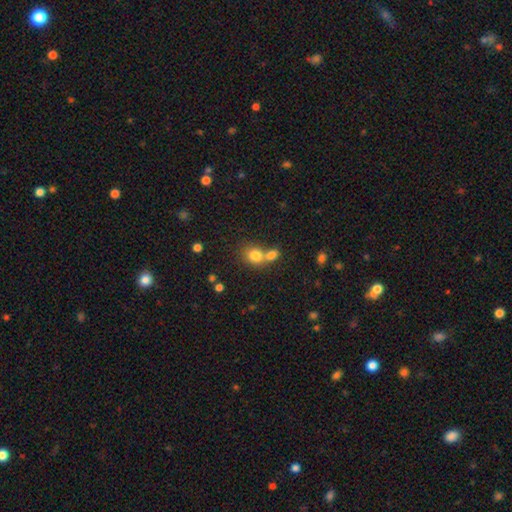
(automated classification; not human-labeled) The model was most divided on "merging": merger: 52%, none: 38%, minor disturbance: 7%, major disturbance: 3%. More confident: smooth or featured — smooth (79%); how rounded — round (68%).